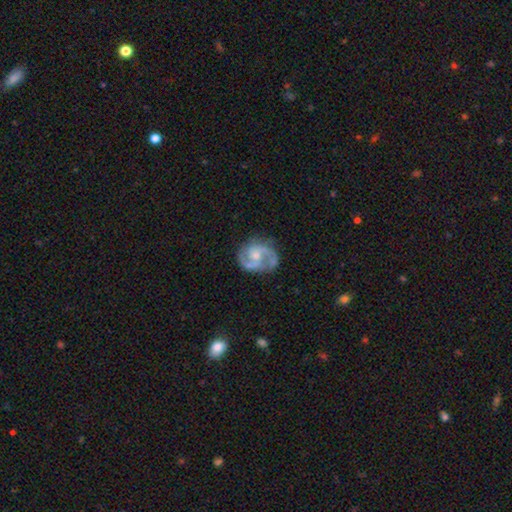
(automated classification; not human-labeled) A featured or disk galaxy (85%) with no bar (60%), 2 (83%) medium (56%) spiral arms (96%) and a moderate central bulge (46%).

Vote fractions:
- Smooth or featured? featured or disk: 85% / smooth: 9% / star or artifact: 6%
- Edge-on disk? no: 98% / yes: 2%
- Bar? no: 60% / weak: 34% / strong: 6%
- Spiral arms? yes: 96% / no: 4%
- Spiral winding? medium: 56% / tight: 27% / loose: 17%
- Spiral arm count? 2: 83% / 3: 7% / can't tell: 5% / 1: 2% / 4: 1% / more than 4: 1%
- Bulge size? moderate: 46% / small: 42% / none: 7% / large: 4% / dominant: 1%
- Merging? none: 68% / minor disturbance: 20% / major disturbance: 9% / merger: 3%